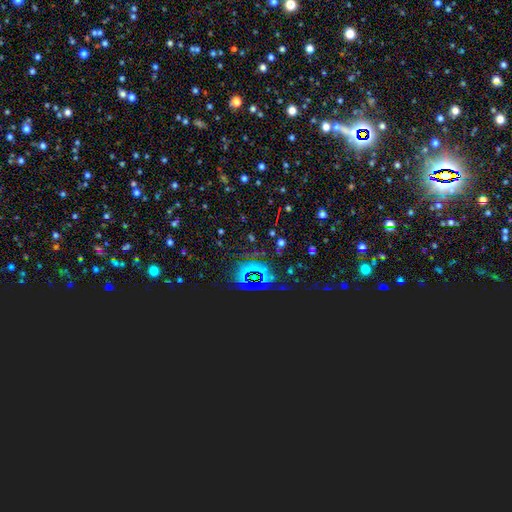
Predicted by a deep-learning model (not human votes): smooth-or-featured: star or artifact: 69% | smooth: 16% | featured or disk: 15%